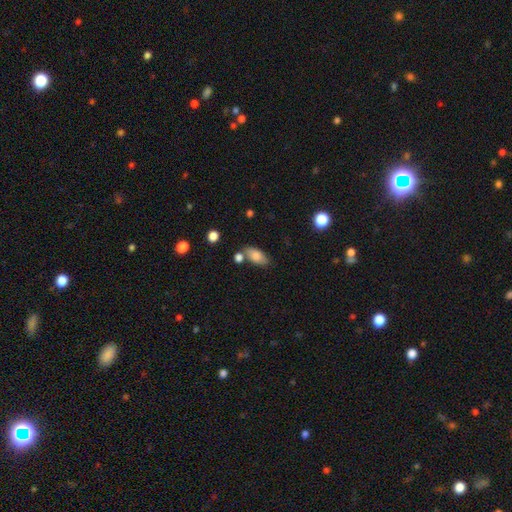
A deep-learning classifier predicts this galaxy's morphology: Smooth or featured? Predicted: smooth (p=0.81). How rounded? Predicted: in between (p=0.90). Merging? Predicted: none (p=0.66).